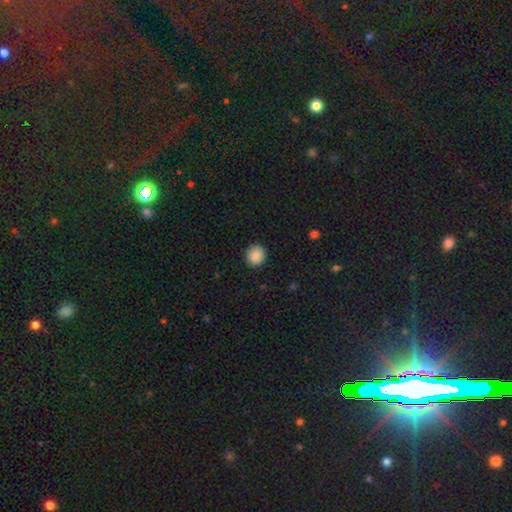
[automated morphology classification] Smooth or featured: smooth — 88% (star or artifact — 8%)
How rounded: round — 89% (in between — 10%)
Merging: none — 90% (minor disturbance — 7%)